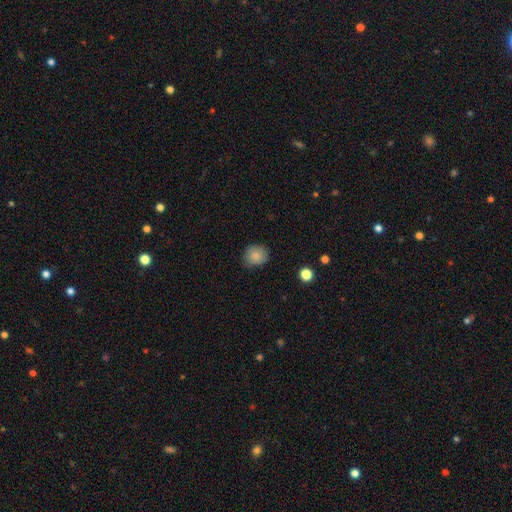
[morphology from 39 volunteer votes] Smooth or featured? 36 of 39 (92%) said smooth. How rounded? 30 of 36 (83%) said round. Merging? 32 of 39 (82%) said none.